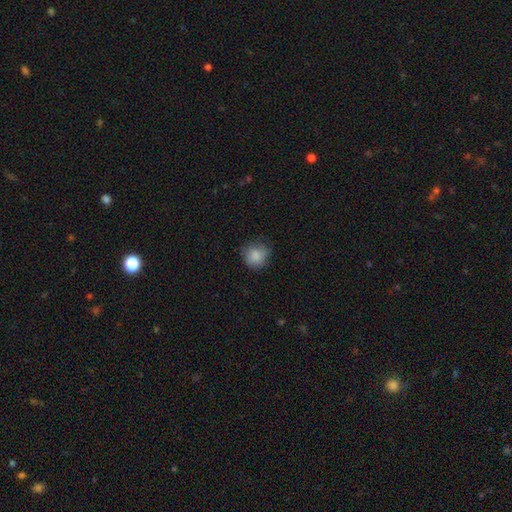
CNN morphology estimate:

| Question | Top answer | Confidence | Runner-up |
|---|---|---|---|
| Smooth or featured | smooth | 86% | star or artifact (8%) |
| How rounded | round | 87% | in between (12%) |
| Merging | none | 75% | minor disturbance (20%) |